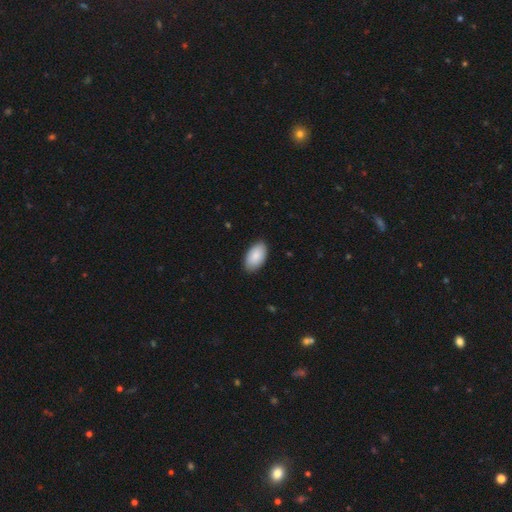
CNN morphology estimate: Q: Smooth or featured?
A: smooth (87%); runner-up: featured or disk (8%)
Q: How rounded?
A: in between (96%); runner-up: round (3%)
Q: Merging?
A: none (86%); runner-up: minor disturbance (11%)